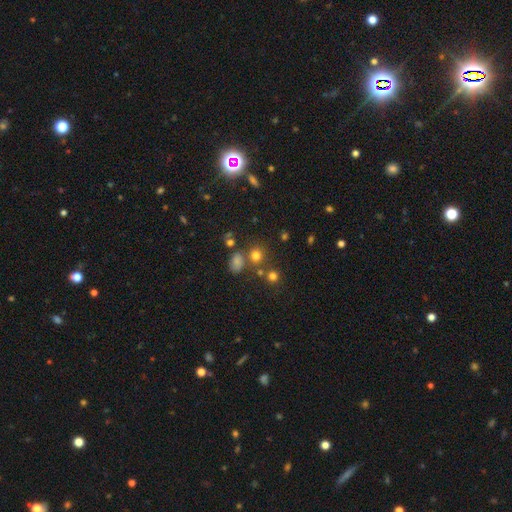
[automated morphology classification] Smooth or featured? smooth (72%)
How rounded? round (78%)
Merging? none (71%)